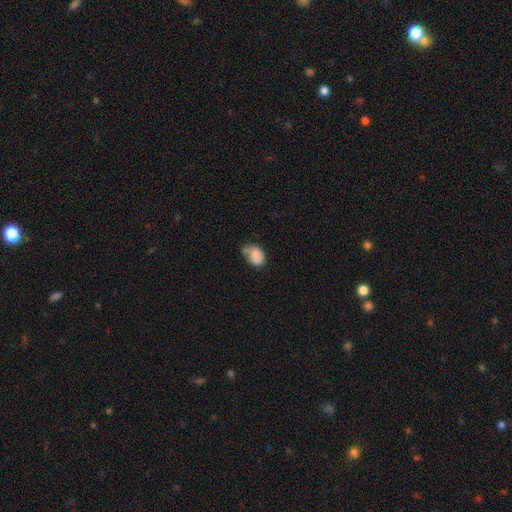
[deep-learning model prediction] A smooth galaxy with no disk features (82%) that is in between round and cigar-shaped (72%). Merging: none (37%).